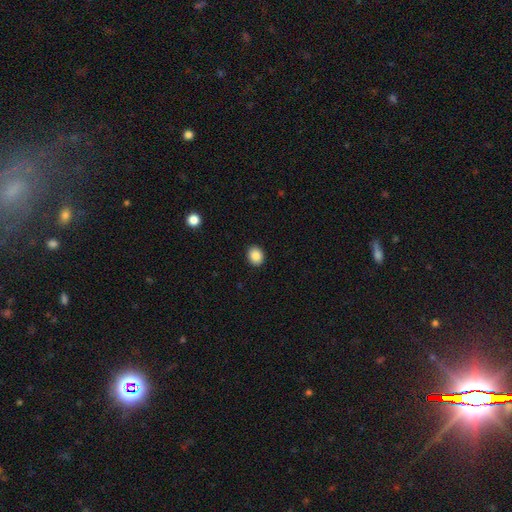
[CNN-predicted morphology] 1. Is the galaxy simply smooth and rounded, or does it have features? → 88% smooth, 9% star or artifact, 4% featured or disk.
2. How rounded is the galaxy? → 54% round, 45% in between, 1% cigar-shaped.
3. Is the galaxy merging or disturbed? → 91% none, 6% minor disturbance, 2% major disturbance, 1% merger.